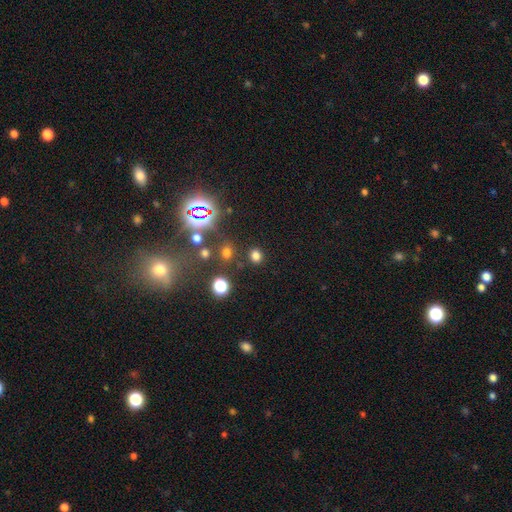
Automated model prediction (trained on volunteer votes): A smooth galaxy with no disk features (70%) that is round (70%). Merging: none (83%).